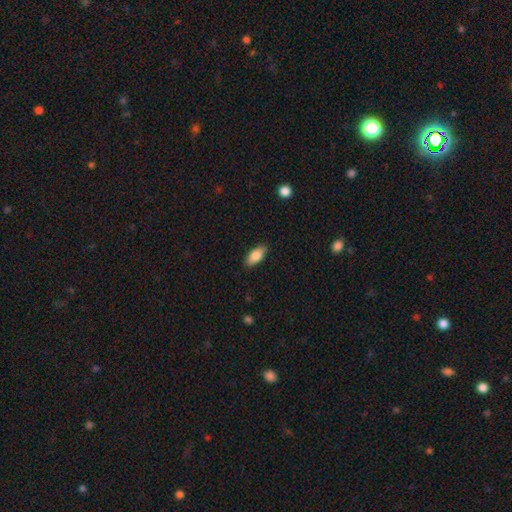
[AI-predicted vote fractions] Smooth or featured: smooth — 83% (featured or disk — 11%)
How rounded: in between — 87% (cigar-shaped — 10%)
Merging: none — 87% (minor disturbance — 9%)